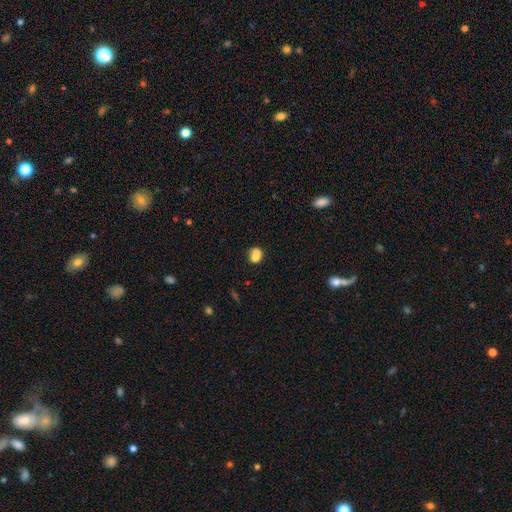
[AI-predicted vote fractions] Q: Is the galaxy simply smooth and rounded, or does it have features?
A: smooth — 72%.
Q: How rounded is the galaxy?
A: round — 66%.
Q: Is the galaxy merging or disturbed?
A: merger — 53%.